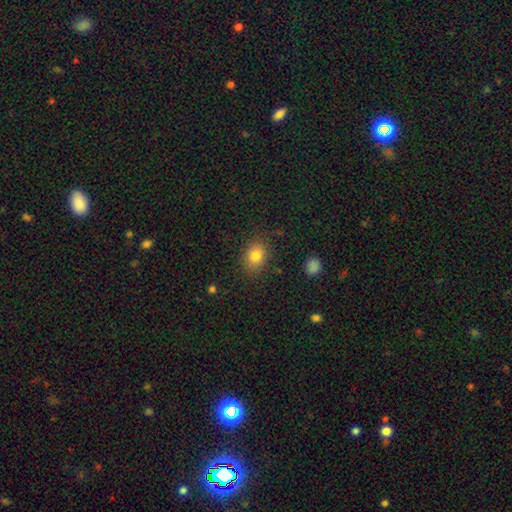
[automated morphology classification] A smooth galaxy with no disk features (82%) that is in between round and cigar-shaped (58%). Merging: none (84%).